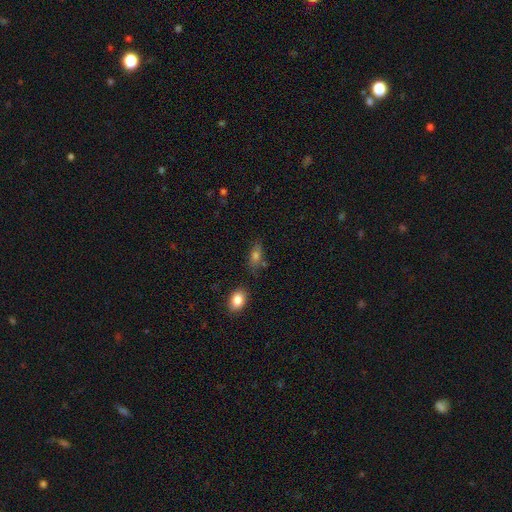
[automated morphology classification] Smooth or featured? Predicted: smooth (p=0.68). How rounded? Predicted: in between (p=0.77). Merging? Predicted: none (p=0.70).